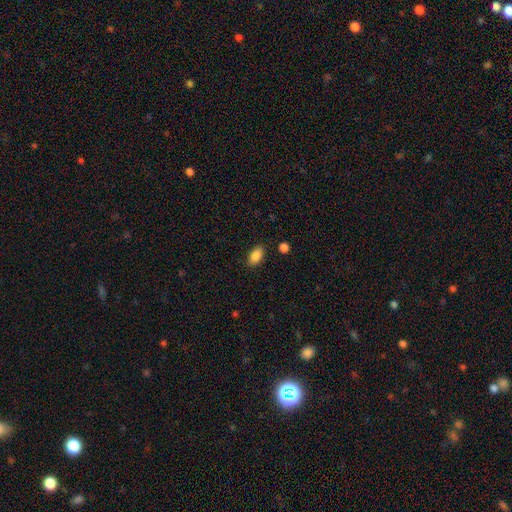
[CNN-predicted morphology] This is clearly a smooth galaxy (87%). How rounded: clearly in between (92%). Merging: clearly none (86%).